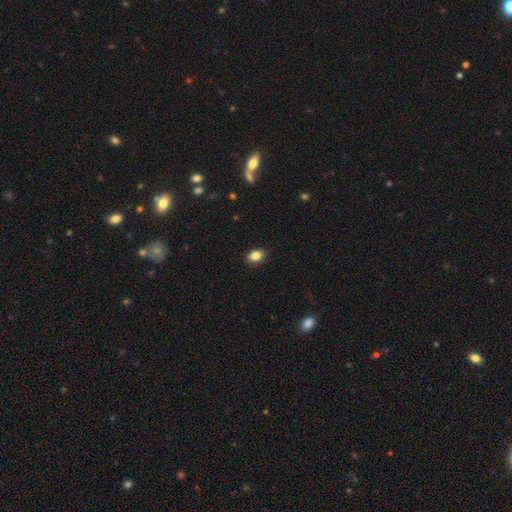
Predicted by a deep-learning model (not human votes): Smooth or featured?
  - smooth: 86% *
  - star or artifact: 10%
  - featured or disk: 5%
How rounded?
  - in between: 72% *
  - round: 27%
  - cigar-shaped: 1%
Merging?
  - none: 89% *
  - minor disturbance: 9%
  - major disturbance: 2%
  - merger: 1%